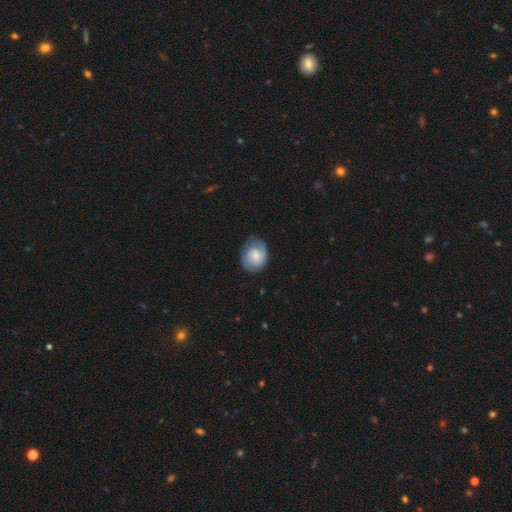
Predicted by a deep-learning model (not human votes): Q: Smooth or featured?
A: smooth (51%); runner-up: featured or disk (42%)
Q: How rounded?
A: round (55%); runner-up: in between (44%)
Q: Merging?
A: none (71%); runner-up: minor disturbance (21%)